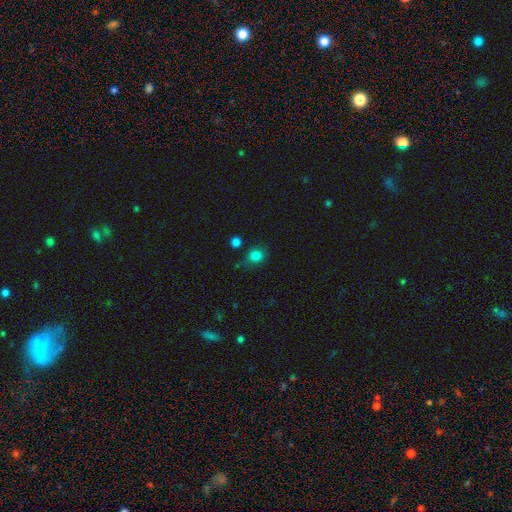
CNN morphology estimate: A smooth galaxy with no disk features (82%) that is round (78%). Merging: none (70%).